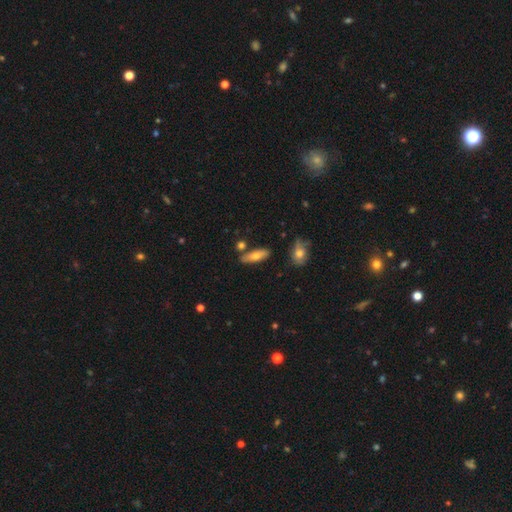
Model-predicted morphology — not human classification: This appears to be a smooth galaxy with no disk features (67%) that is in between round and cigar-shaped (54%). Merging: none (77%).